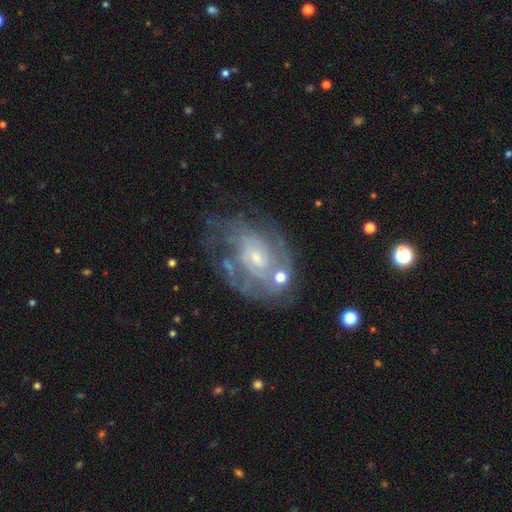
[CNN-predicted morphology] A featured or disk galaxy (78%) with no bar (65%), tight (54%) spiral arms (82%) and a small central bulge (62%).

Vote fractions:
- Smooth or featured? featured or disk: 78% / smooth: 13% / star or artifact: 9%
- Edge-on disk? no: 96% / yes: 4%
- Bar? no: 65% / weak: 29% / strong: 6%
- Spiral arms? yes: 82% / no: 18%
- Spiral winding? tight: 54% / medium: 34% / loose: 12%
- Spiral arm count? can't tell: 47% / 2: 22% / 3: 13% / 4: 7% / 1: 5% / more than 4: 5%
- Bulge size? small: 62% / moderate: 29% / none: 5% / large: 3% / dominant: 1%
- Merging? none: 62% / minor disturbance: 19% / major disturbance: 13% / merger: 6%